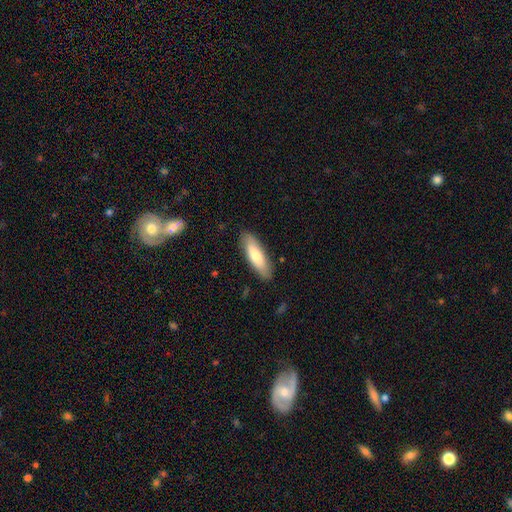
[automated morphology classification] A smooth galaxy with no disk features (74%) that is cigar-shaped (53%). Merging: none (86%).